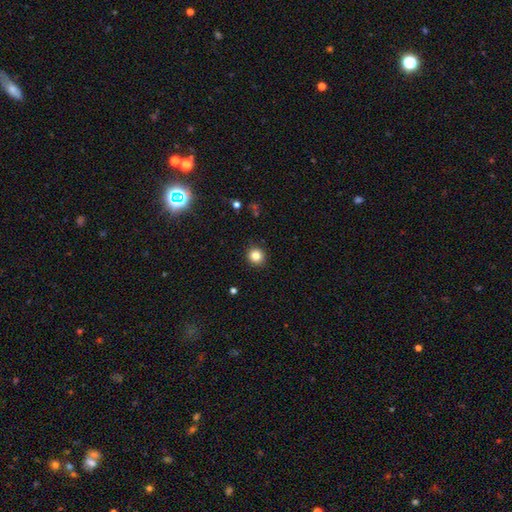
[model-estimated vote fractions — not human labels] smooth_or_featured: smooth (p=0.83) [alt: star or artifact p=0.12]
how_rounded: round (p=0.91) [alt: in between p=0.09]
merging: none (p=0.91) [alt: minor disturbance p=0.06]